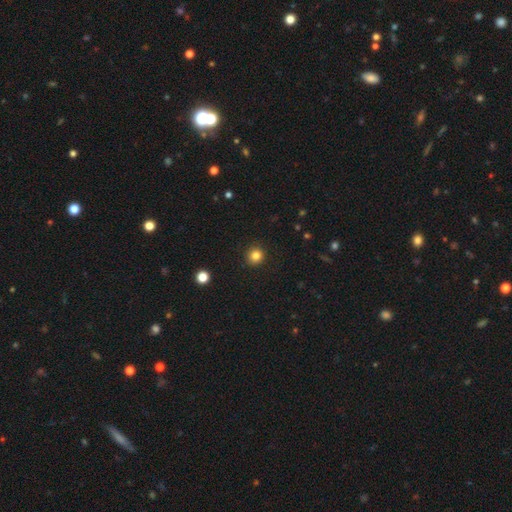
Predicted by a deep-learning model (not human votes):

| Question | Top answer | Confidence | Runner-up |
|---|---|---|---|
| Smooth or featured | smooth | 83% | star or artifact (12%) |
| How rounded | round | 92% | in between (8%) |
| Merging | none | 91% | minor disturbance (6%) |